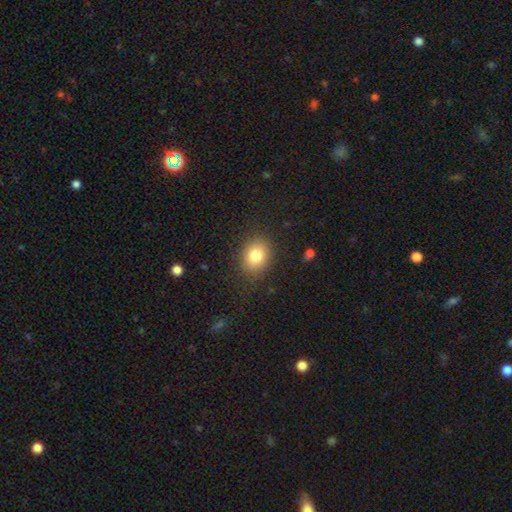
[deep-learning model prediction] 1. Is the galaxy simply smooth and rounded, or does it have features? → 81% smooth, 10% star or artifact, 9% featured or disk.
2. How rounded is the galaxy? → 52% round, 47% in between, 1% cigar-shaped.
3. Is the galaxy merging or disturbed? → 86% none, 10% minor disturbance, 3% major disturbance, 1% merger.